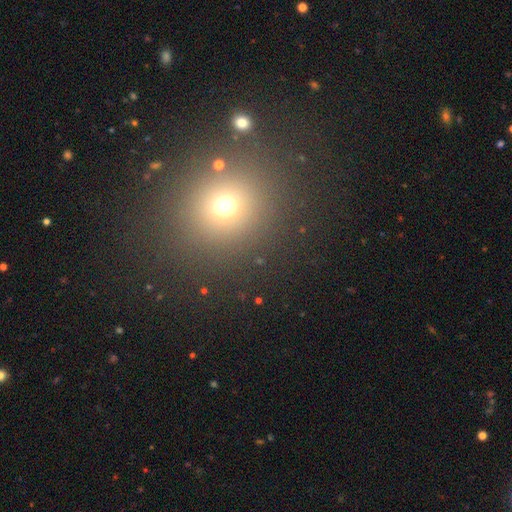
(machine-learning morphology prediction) The model was most divided on "smooth or featured": smooth: 59%, star or artifact: 33%, featured or disk: 9%. More confident: merging — none (87%); how rounded — round (81%).